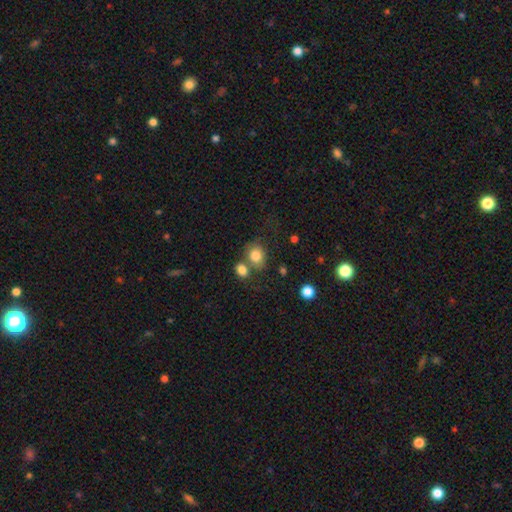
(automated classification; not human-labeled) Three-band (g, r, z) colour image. It shows a smooth galaxy with no disk features (82%) that is round (63%). Merging: none (49%).